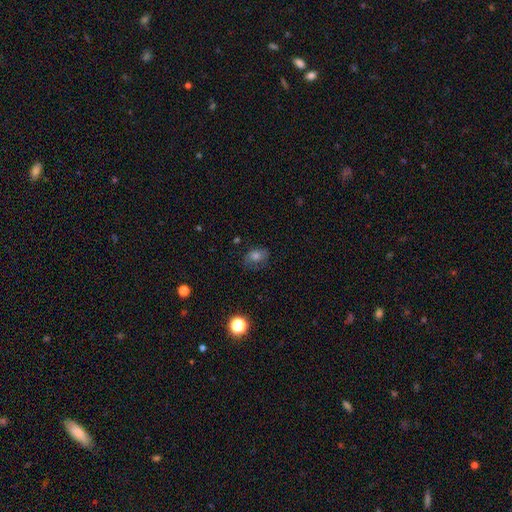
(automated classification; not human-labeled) A smooth galaxy with no disk features (62%) that is in between round and cigar-shaped (58%).

Vote fractions:
- Smooth or featured? smooth: 62% / star or artifact: 20% / featured or disk: 18%
- How rounded? in between: 58% / round: 41% / cigar-shaped: 1%
- Merging? none: 67% / minor disturbance: 22% / major disturbance: 9% / merger: 2%